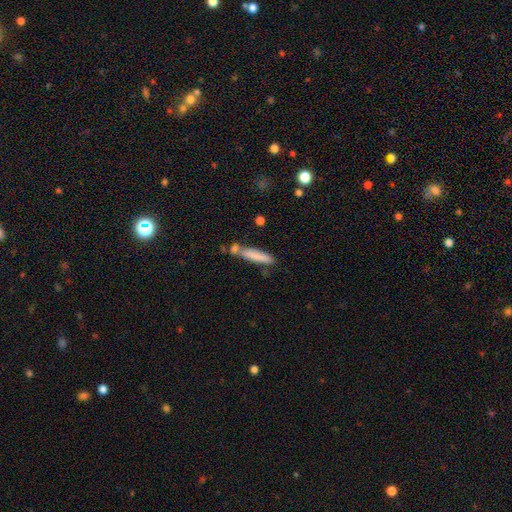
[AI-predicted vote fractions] smooth-or-featured: smooth: 79% | featured or disk: 14% | star or artifact: 7%
  how-rounded: cigar-shaped: 84% | in between: 14% | round: 2%
  merging: none: 60% | merger: 20% | minor disturbance: 15% | major disturbance: 5%